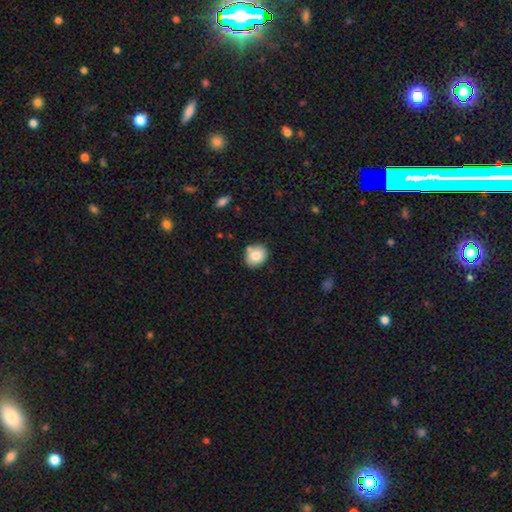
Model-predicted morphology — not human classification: Smooth or featured?
  - smooth: 81% *
  - featured or disk: 10%
  - star or artifact: 9%
How rounded?
  - round: 66% *
  - in between: 33%
  - cigar-shaped: 1%
Merging?
  - none: 75% *
  - minor disturbance: 13%
  - merger: 9%
  - major disturbance: 3%